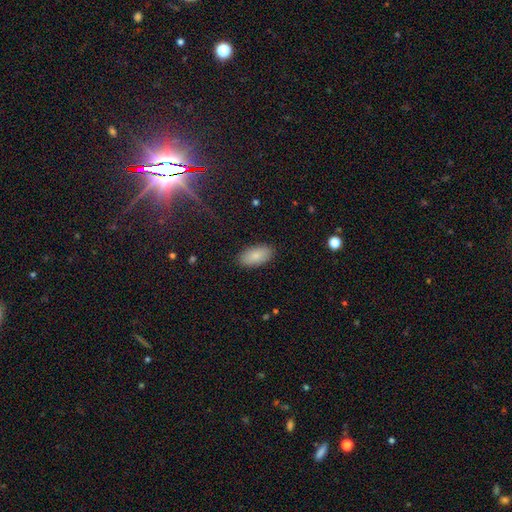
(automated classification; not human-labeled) Smooth or featured: smooth — 86% (featured or disk — 7%)
How rounded: in between — 94% (cigar-shaped — 4%)
Merging: none — 88% (minor disturbance — 9%)